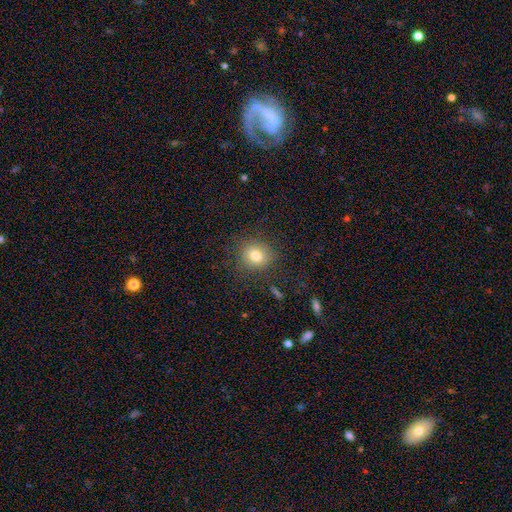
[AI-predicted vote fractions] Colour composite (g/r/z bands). It shows a smooth galaxy with no disk features (78%) that is round (78%). Merging: none (83%).